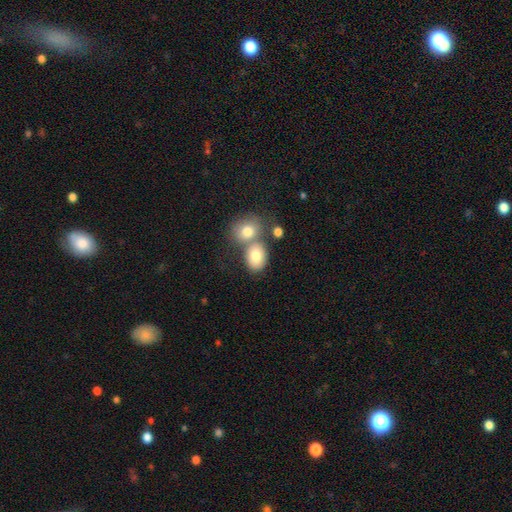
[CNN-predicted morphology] smooth_or_featured: smooth (p=0.78) [alt: featured or disk p=0.13]
how_rounded: in between (p=0.67) [alt: round p=0.31]
merging: none (p=0.44) [alt: merger p=0.41]